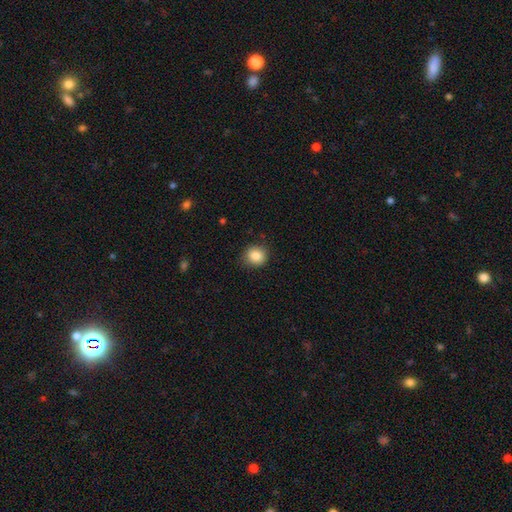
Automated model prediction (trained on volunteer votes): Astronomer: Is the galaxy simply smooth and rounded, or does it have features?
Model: smooth — 86%.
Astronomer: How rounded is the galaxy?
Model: round — 83%.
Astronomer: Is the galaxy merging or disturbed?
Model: none — 85%.